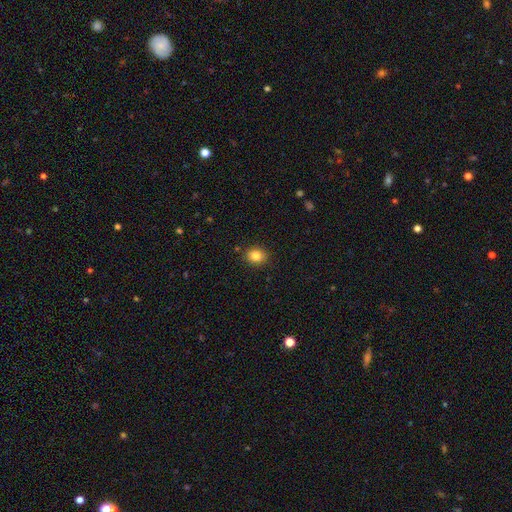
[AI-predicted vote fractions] Smooth or featured: smooth — 84% (star or artifact — 11%)
How rounded: round — 64% (in between — 35%)
Merging: none — 88% (minor disturbance — 8%)